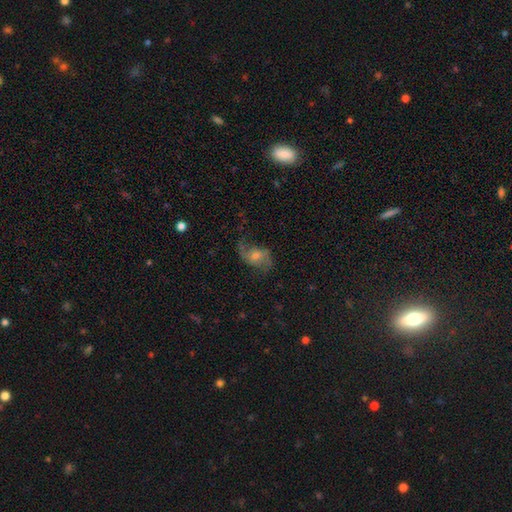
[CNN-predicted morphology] smooth-or-featured: featured or disk: 70% | smooth: 18% | star or artifact: 12%
  disk-edge-on: no: 96% | yes: 4%
    bar: no: 59% | weak: 34% | strong: 8%
    has-spiral-arms: yes: 92% | no: 8%
      spiral-winding: loose: 62% | medium: 30% | tight: 8%
      spiral-arm-count: 2: 85% | 1: 6% | can't tell: 5% | 3: 2% | 4: 1% | more than 4: 1%
    bulge-size: moderate: 47% | small: 42% | large: 5% | none: 5% | dominant: 2%
  merging: none: 61% | minor disturbance: 20% | major disturbance: 18% | merger: 2%